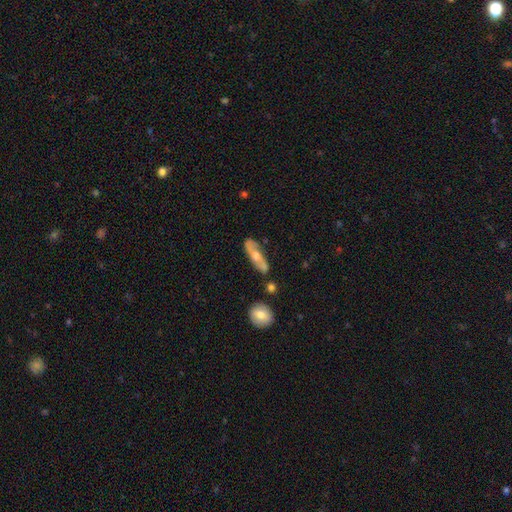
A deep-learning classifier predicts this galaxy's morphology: smooth_or_featured: featured or disk (p=0.57) [alt: smooth p=0.35]
disk_edge_on: no (p=0.61) [alt: yes p=0.39]
merging: none (p=0.74) [alt: minor disturbance p=0.15]